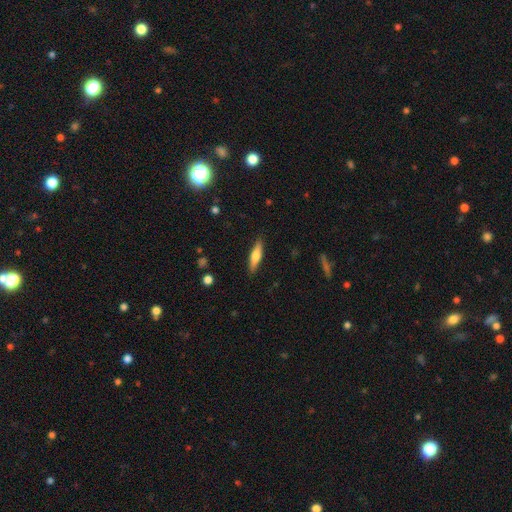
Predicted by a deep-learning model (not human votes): Q: Smooth or featured?
A: smooth (60%); runner-up: featured or disk (34%)
Q: How rounded?
A: cigar-shaped (72%); runner-up: in between (26%)
Q: Merging?
A: none (88%); runner-up: minor disturbance (8%)